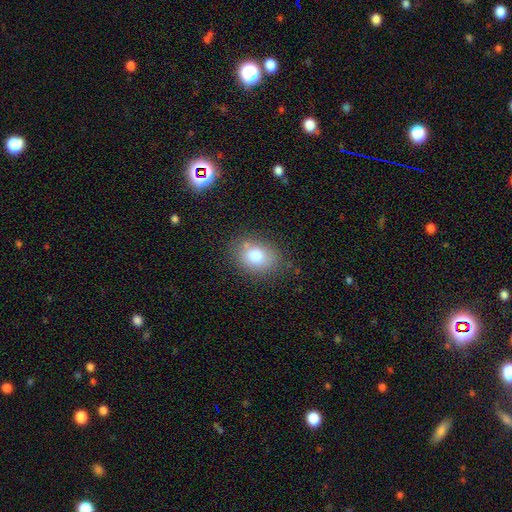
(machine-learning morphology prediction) type=smooth (81%); roundness=in between (72%); merging=none (75%).